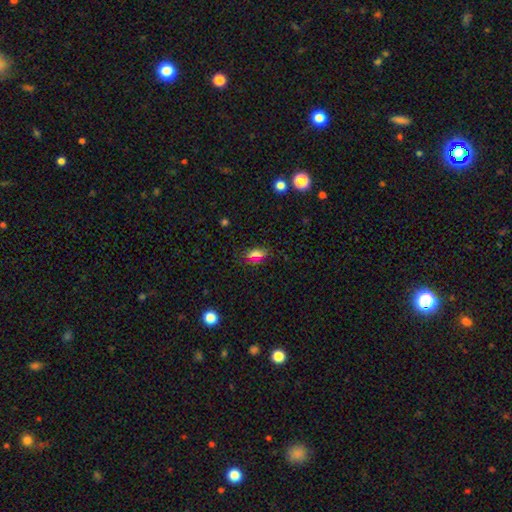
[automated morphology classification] smooth 67%, star or artifact 22%, featured or disk 11%. Down the decision tree: how rounded — in between (79%); merging — none (83%).